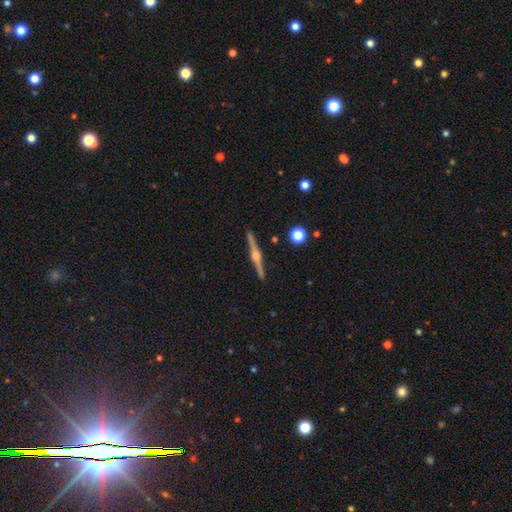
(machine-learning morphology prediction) A featured or disk galaxy (85%) viewed edge-on (99%) with a rounded central bulge (92%).

Vote fractions:
- Smooth or featured? featured or disk: 85% / smooth: 9% / star or artifact: 5%
- Edge-on disk? yes: 99% / no: 1%
- Edge-on bulge? rounded: 92% / boxy: 5% / none: 3%
- Merging? none: 93% / minor disturbance: 5% / major disturbance: 1% / merger: 1%